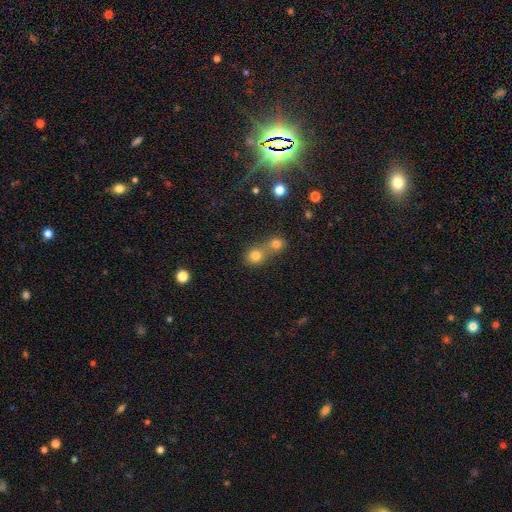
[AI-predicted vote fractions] A smooth galaxy with no disk features (78%) that is round (82%). Merging: merger (55%).